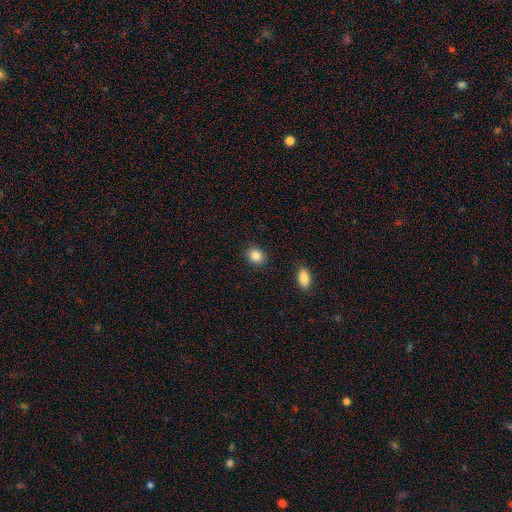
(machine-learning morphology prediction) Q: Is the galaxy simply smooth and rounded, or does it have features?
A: smooth — 86%.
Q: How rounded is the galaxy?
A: round — 50%.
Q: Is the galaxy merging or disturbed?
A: none — 87%.